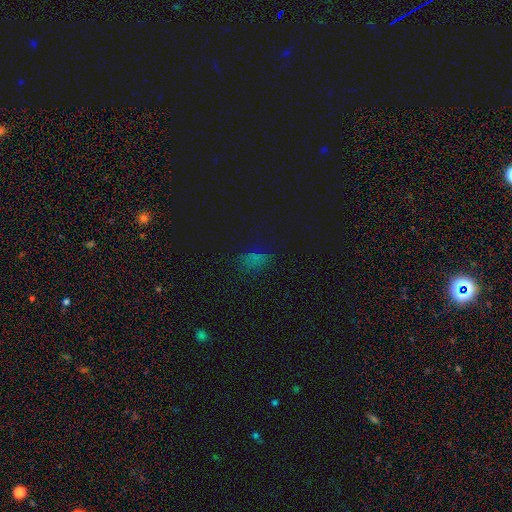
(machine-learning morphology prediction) A smooth galaxy with no disk features (58%) that is in between round and cigar-shaped (77%). Merging: none (72%).